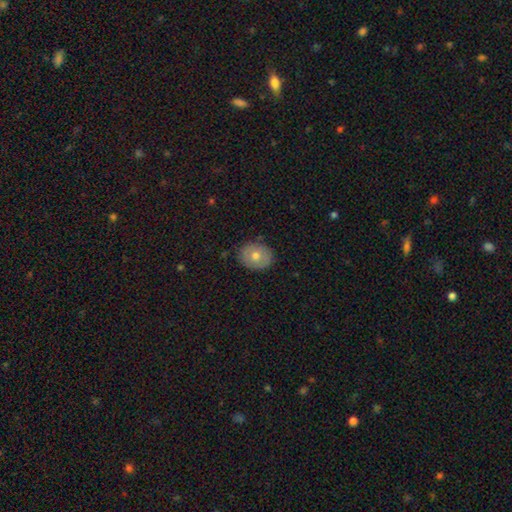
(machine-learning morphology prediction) smooth-or-featured: smooth: 63% | featured or disk: 29% | star or artifact: 8%
  how-rounded: round: 60% | in between: 39% | cigar-shaped: 1%
  merging: none: 87% | minor disturbance: 10% | major disturbance: 2% | merger: 1%